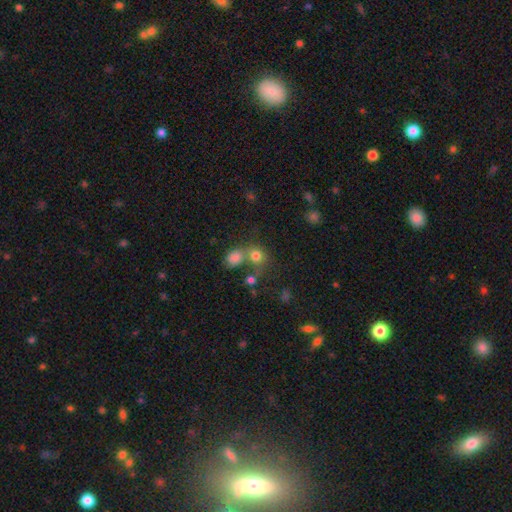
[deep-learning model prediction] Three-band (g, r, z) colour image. It shows a smooth galaxy with no disk features (76%) that is round (75%). Merging: none (44%).